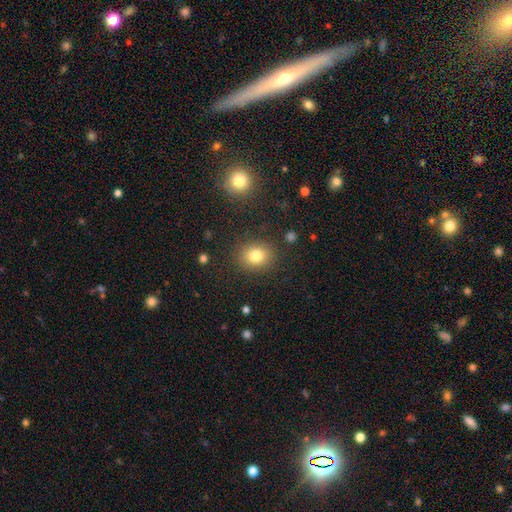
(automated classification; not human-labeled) A smooth galaxy with no disk features (80%) that is round (65%).

Vote fractions:
- Smooth or featured? smooth: 80% / star or artifact: 12% / featured or disk: 8%
- How rounded? round: 65% / in between: 35% / cigar-shaped: 1%
- Merging? none: 86% / minor disturbance: 8% / major disturbance: 3% / merger: 2%